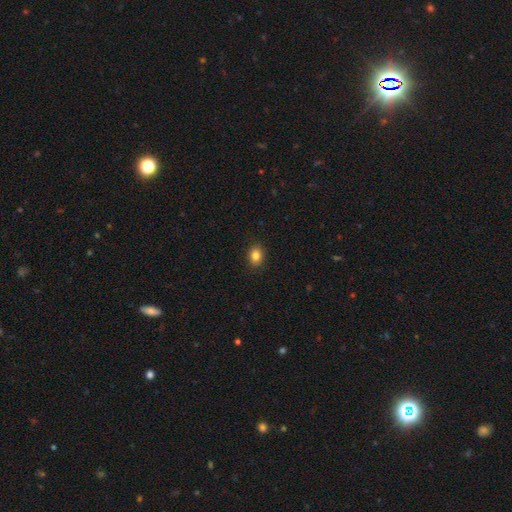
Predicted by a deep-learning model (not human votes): Overall: smooth (84%). How rounded: in between (55%; round 44%). Merging: none (90%).